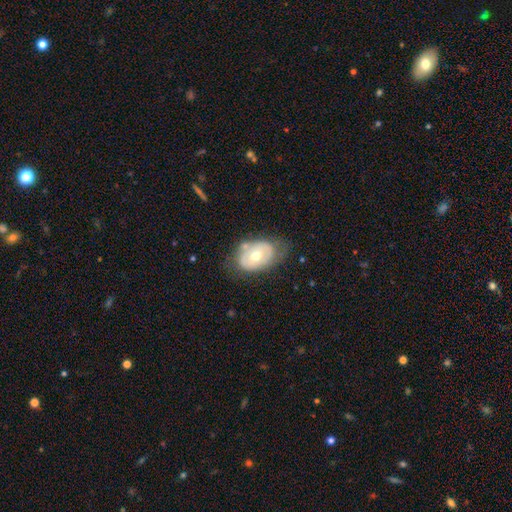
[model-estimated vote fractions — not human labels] smooth_or_featured: featured or disk (p=0.54) [alt: smooth p=0.39]
disk_edge_on: no (p=0.93) [alt: yes p=0.07]
bar: no (p=0.70) [alt: weak p=0.22]
has_spiral_arms: no (p=0.70) [alt: yes p=0.30]
bulge_size: moderate (p=0.72) [alt: small p=0.21]
merging: none (p=0.57) [alt: minor disturbance p=0.26]